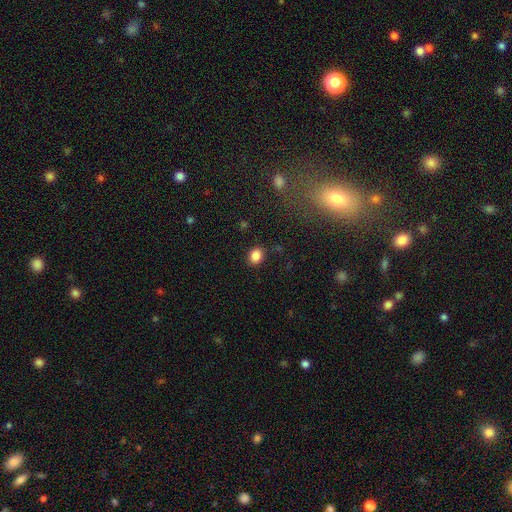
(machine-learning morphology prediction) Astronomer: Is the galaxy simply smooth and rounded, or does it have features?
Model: smooth — 86%.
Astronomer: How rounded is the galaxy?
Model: round — 53% (runner-up: in between, 46%).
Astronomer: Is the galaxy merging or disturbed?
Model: none — 87%.